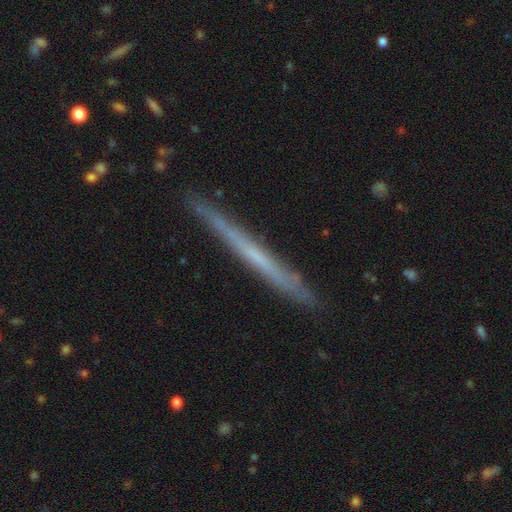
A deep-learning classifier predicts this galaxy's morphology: smooth-or-featured: featured or disk: 57% | smooth: 38% | star or artifact: 6%
  disk-edge-on: yes: 97% | no: 3%
    edge-on-bulge: none: 87% | rounded: 9% | boxy: 4%
  merging: none: 88% | minor disturbance: 9% | major disturbance: 1% | merger: 1%